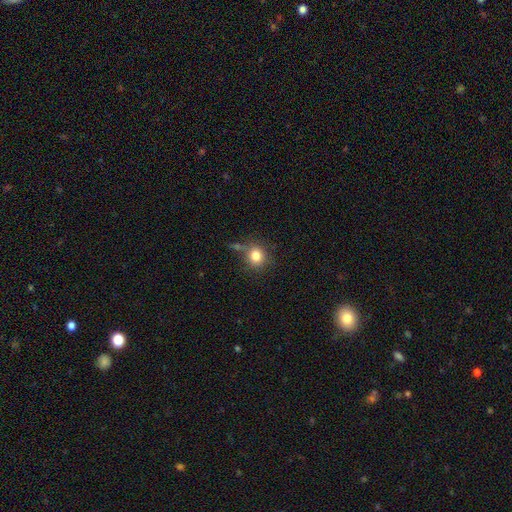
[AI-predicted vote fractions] smooth-or-featured: smooth: 81% | star or artifact: 11% | featured or disk: 8%
  how-rounded: round: 78% | in between: 21% | cigar-shaped: 1%
  merging: none: 66% | minor disturbance: 17% | merger: 10% | major disturbance: 7%